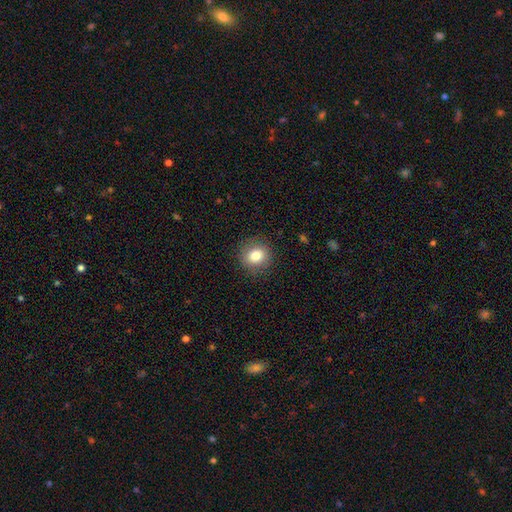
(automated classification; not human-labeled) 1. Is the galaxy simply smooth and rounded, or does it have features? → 81% smooth, 10% star or artifact, 9% featured or disk.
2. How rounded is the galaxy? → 82% round, 17% in between, 1% cigar-shaped.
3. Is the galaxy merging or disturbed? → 89% none, 8% minor disturbance, 3% major disturbance, 1% merger.